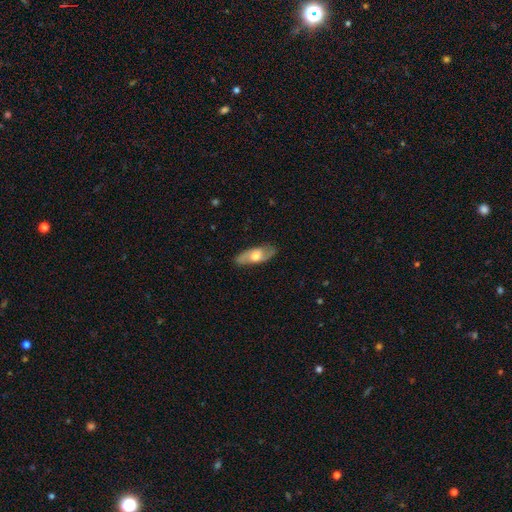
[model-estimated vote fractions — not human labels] smooth_or_featured: featured or disk (p=0.54) [alt: smooth p=0.40]
disk_edge_on: no (p=0.75) [alt: yes p=0.25]
merging: none (p=0.84) [alt: minor disturbance p=0.12]